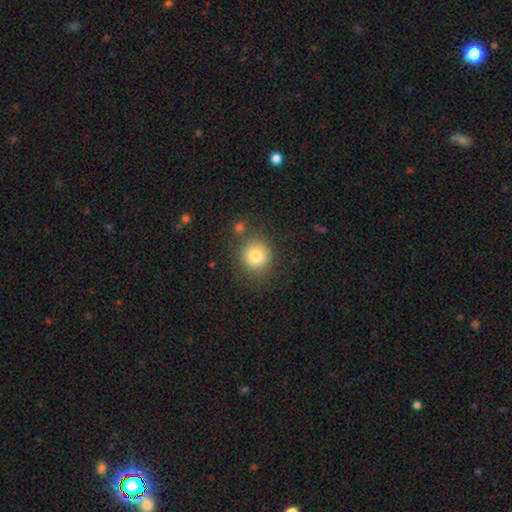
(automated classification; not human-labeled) Q: Smooth or featured?
A: smooth (81%); runner-up: star or artifact (11%)
Q: How rounded?
A: round (89%); runner-up: in between (10%)
Q: Merging?
A: none (79%); runner-up: minor disturbance (11%)